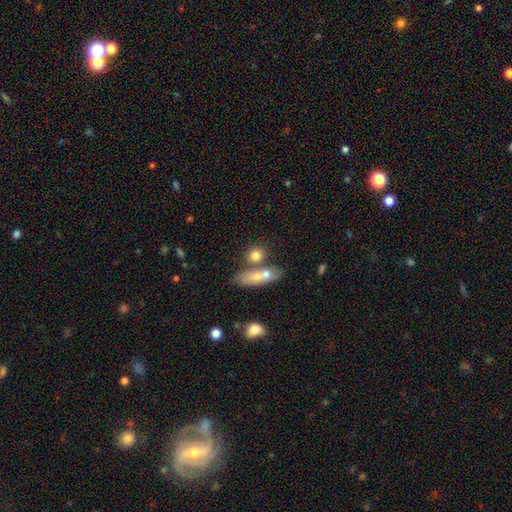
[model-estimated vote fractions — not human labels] Overall: smooth (74%). How rounded: round (58%; in between 32%). Merging: none (47%; merger 39%).